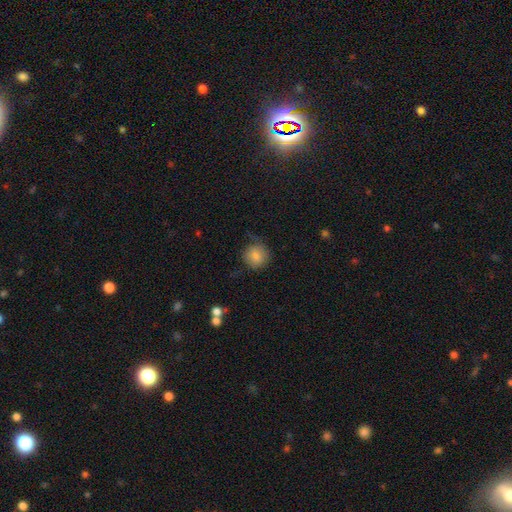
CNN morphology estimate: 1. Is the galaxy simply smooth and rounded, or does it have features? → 80% smooth, 11% featured or disk, 9% star or artifact.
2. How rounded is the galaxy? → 91% round, 8% in between, 1% cigar-shaped.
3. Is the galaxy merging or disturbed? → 71% none, 21% minor disturbance, 7% major disturbance, 2% merger.